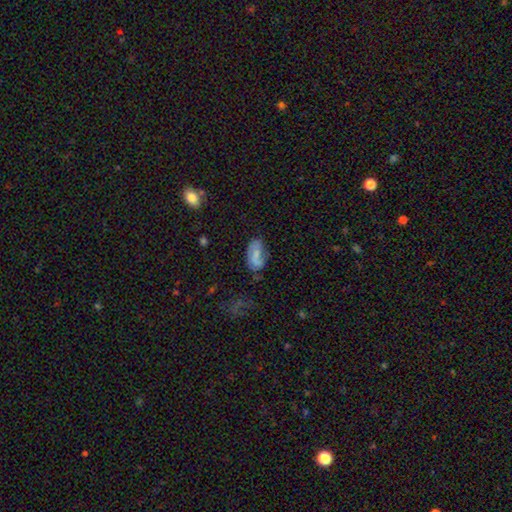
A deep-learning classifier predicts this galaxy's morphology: Q: Smooth or featured?
A: smooth (57%); runner-up: featured or disk (34%)
Q: How rounded?
A: in between (91%); runner-up: round (5%)
Q: Merging?
A: none (54%); runner-up: minor disturbance (28%)